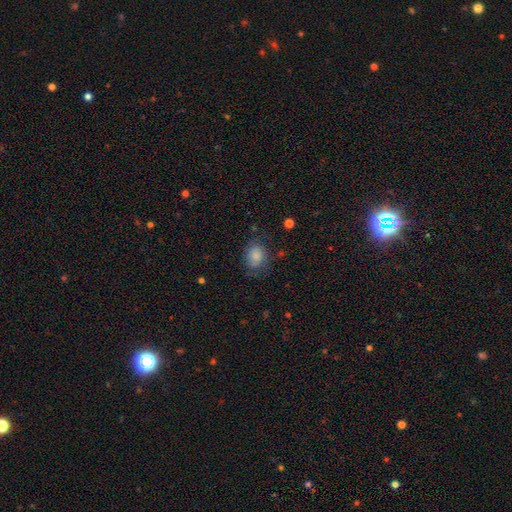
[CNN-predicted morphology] smooth 81%, featured or disk 11%, star or artifact 8%. Down the decision tree: how rounded — in between (62%); merging — none (66%).